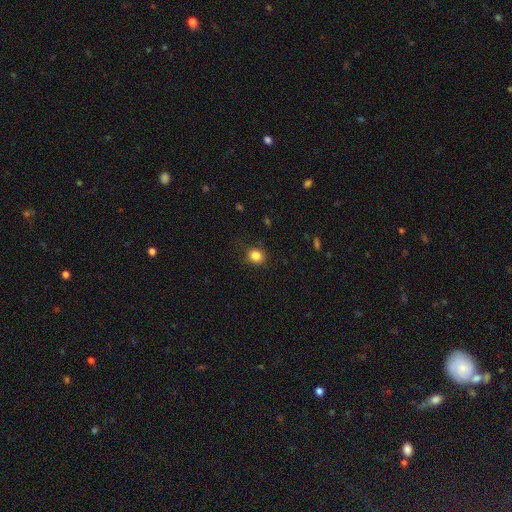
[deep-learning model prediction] Smooth or featured: smooth — 85% (star or artifact — 11%)
How rounded: round — 78% (in between — 21%)
Merging: none — 83% (minor disturbance — 13%)